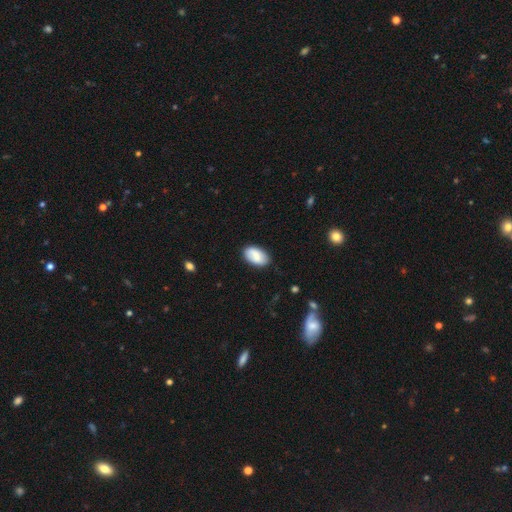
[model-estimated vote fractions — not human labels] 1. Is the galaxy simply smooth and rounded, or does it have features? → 79% smooth, 15% featured or disk, 7% star or artifact.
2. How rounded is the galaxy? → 94% in between, 5% round, 1% cigar-shaped.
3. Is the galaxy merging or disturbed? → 82% none, 13% minor disturbance, 3% major disturbance, 1% merger.